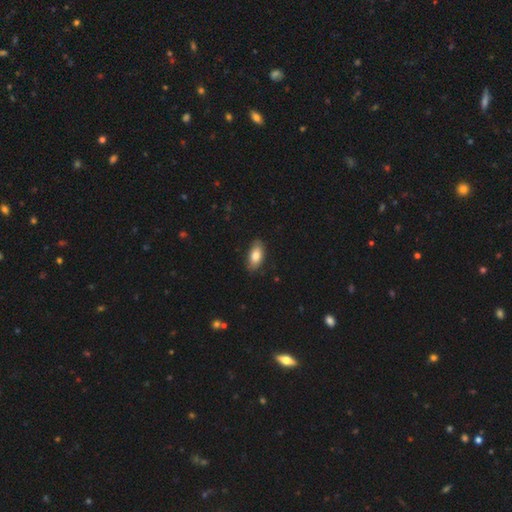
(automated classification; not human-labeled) Q: Smooth or featured?
A: smooth (81%); runner-up: featured or disk (13%)
Q: How rounded?
A: in between (91%); runner-up: cigar-shaped (6%)
Q: Merging?
A: none (81%); runner-up: minor disturbance (15%)